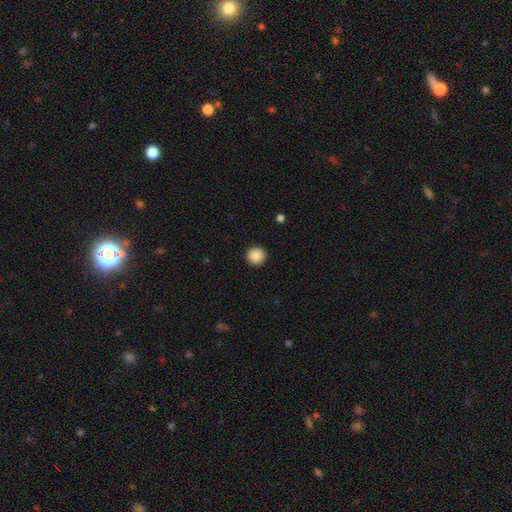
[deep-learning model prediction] smooth-or-featured: smooth: 86% | star or artifact: 9% | featured or disk: 6%
  how-rounded: round: 95% | in between: 4% | cigar-shaped: 1%
  merging: none: 93% | minor disturbance: 4% | major disturbance: 1% | merger: 1%